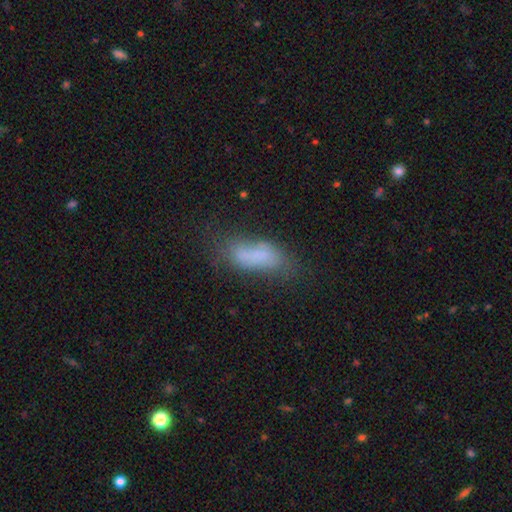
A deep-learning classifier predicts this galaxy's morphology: Smooth or featured?
  - smooth: 65% *
  - featured or disk: 23%
  - star or artifact: 12%
How rounded?
  - in between: 74% *
  - cigar-shaped: 24%
  - round: 3%
Merging?
  - none: 43% *
  - minor disturbance: 27%
  - major disturbance: 20%
  - merger: 10%